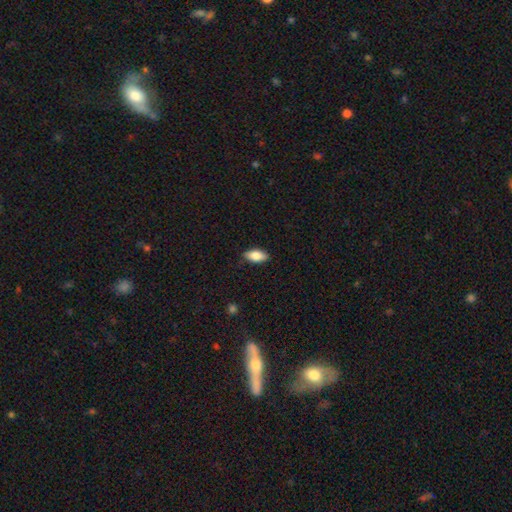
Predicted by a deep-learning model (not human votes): A smooth galaxy with no disk features (81%) that is in between round and cigar-shaped (87%). Merging: none (83%).